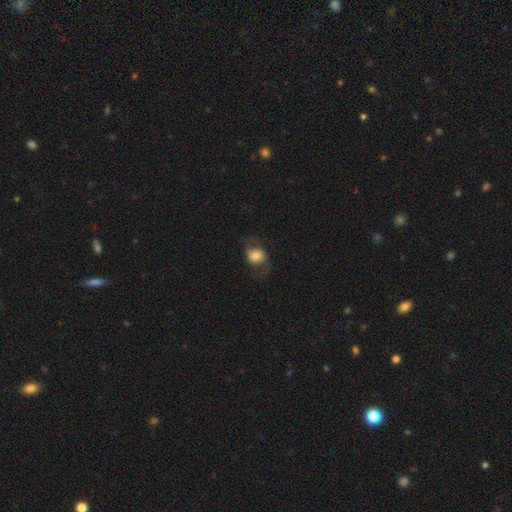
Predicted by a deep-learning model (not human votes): Smooth or featured?
  - smooth: 48% *
  - featured or disk: 44%
  - star or artifact: 8%
Merging?
  - none: 64% *
  - minor disturbance: 18%
  - major disturbance: 17%
  - merger: 1%